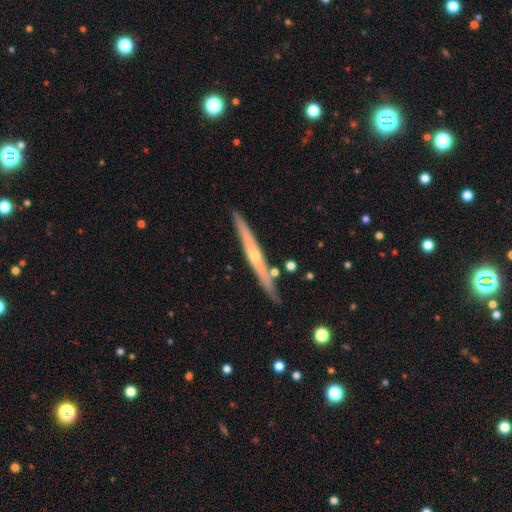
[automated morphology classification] Q: Smooth or featured?
A: featured or disk (70%); runner-up: smooth (25%)
Q: Edge-on disk?
A: yes (96%); runner-up: no (4%)
Q: Edge-on bulge?
A: rounded (63%); runner-up: none (34%)
Q: Merging?
A: none (86%); runner-up: minor disturbance (9%)